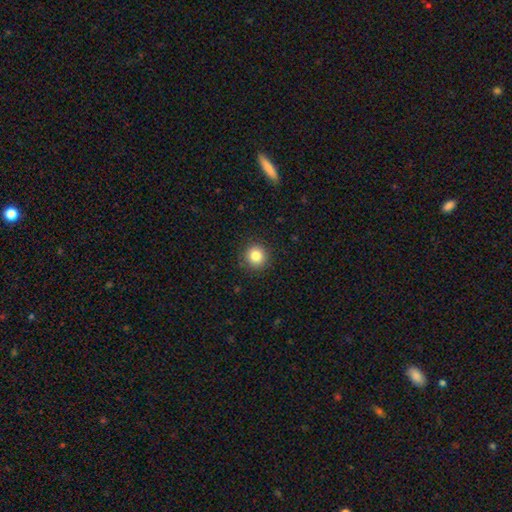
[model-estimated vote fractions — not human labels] Smooth or featured: smooth — 83% (star or artifact — 11%)
How rounded: round — 93% (in between — 6%)
Merging: none — 91% (minor disturbance — 6%)